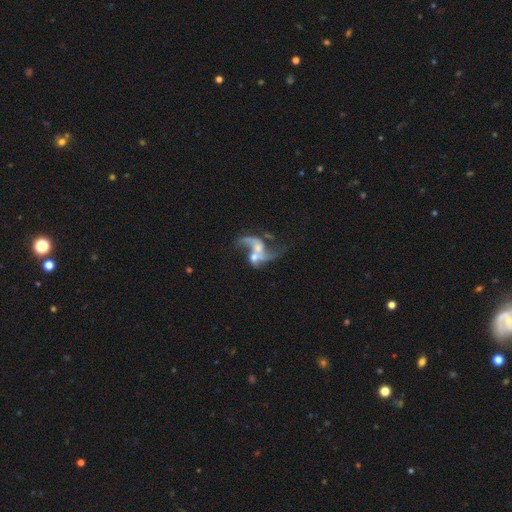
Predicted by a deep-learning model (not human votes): Q: Smooth or featured?
A: featured or disk (81%); runner-up: smooth (10%)
Q: Edge-on disk?
A: no (97%); runner-up: yes (3%)
Q: Bar?
A: no (57%); runner-up: weak (32%)
Q: Spiral arms?
A: yes (85%); runner-up: no (15%)
Q: Spiral winding?
A: loose (83%); runner-up: medium (15%)
Q: Spiral arm count?
A: 2 (79%); runner-up: 1 (9%)
Q: Bulge size?
A: small (42%); runner-up: moderate (34%)
Q: Merging?
A: merger (49%); runner-up: none (25%)